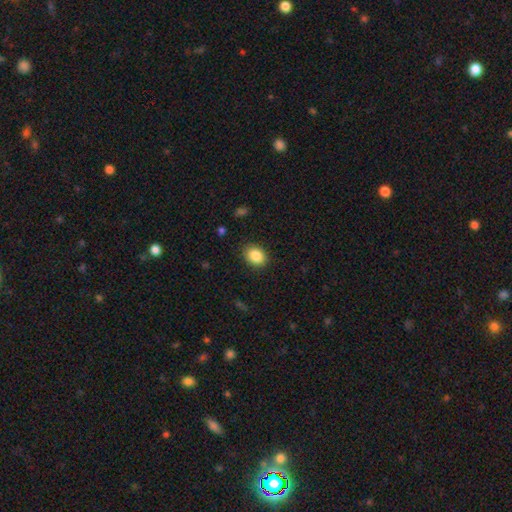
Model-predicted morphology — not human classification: A smooth galaxy with no disk features (87%) that is in between round and cigar-shaped (60%). Merging: none (88%).